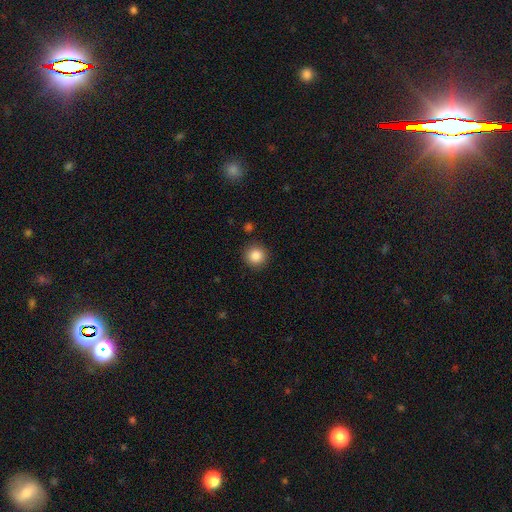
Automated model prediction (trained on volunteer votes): This appears to be a smooth galaxy with no disk features (86%) that is round (94%). Merging: none (89%).